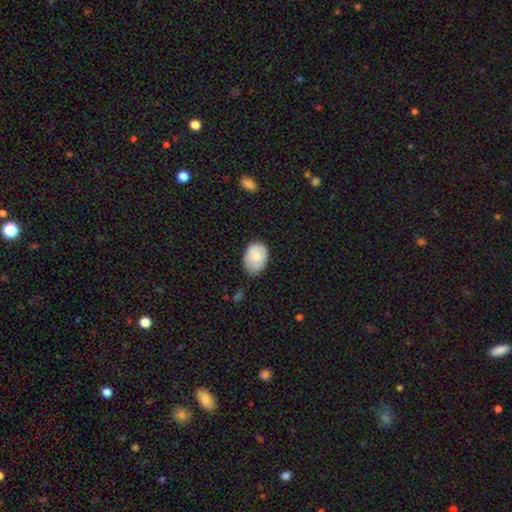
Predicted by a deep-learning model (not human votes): The model was most divided on "merging": none: 69%, minor disturbance: 25%, major disturbance: 4%, merger: 2%. More confident: smooth or featured — smooth (78%); how rounded — in between (76%).